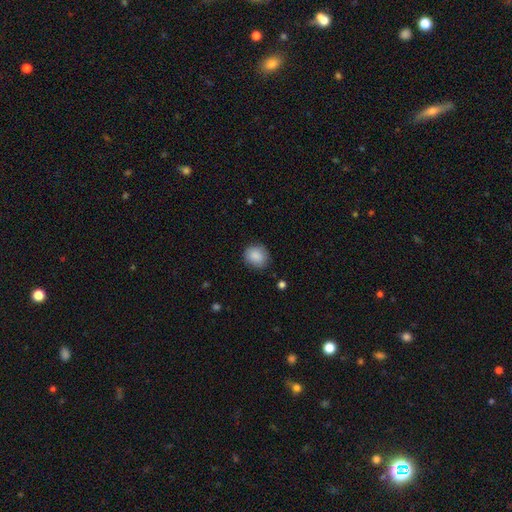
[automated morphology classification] This appears to be a smooth galaxy with no disk features (88%) that is round (72%). Merging: none (83%).